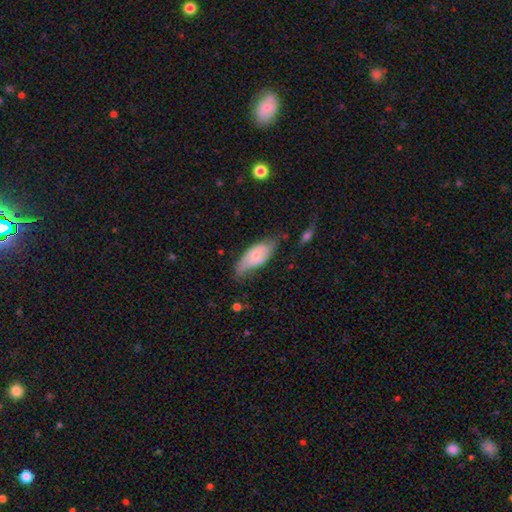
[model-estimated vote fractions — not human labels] Morphology: type=smooth (58%); roundness=in between (87%); merging=none (44%).